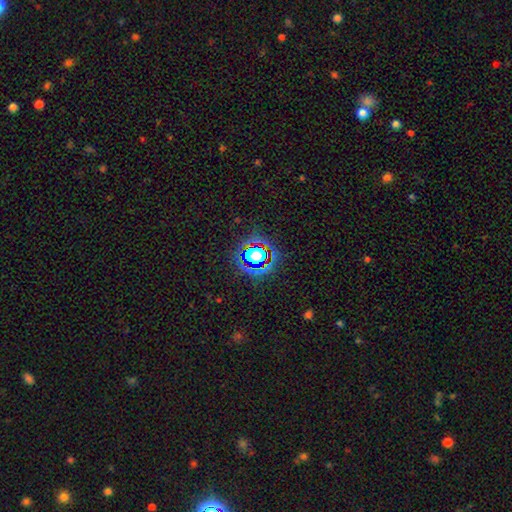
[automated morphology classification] smooth_or_featured: star or artifact (p=0.63) [alt: smooth p=0.25]